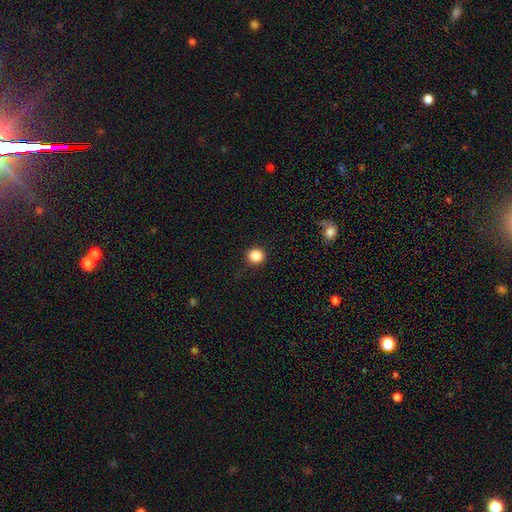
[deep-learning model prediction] Overall: smooth (87%). How rounded: round (86%). Merging: none (90%).